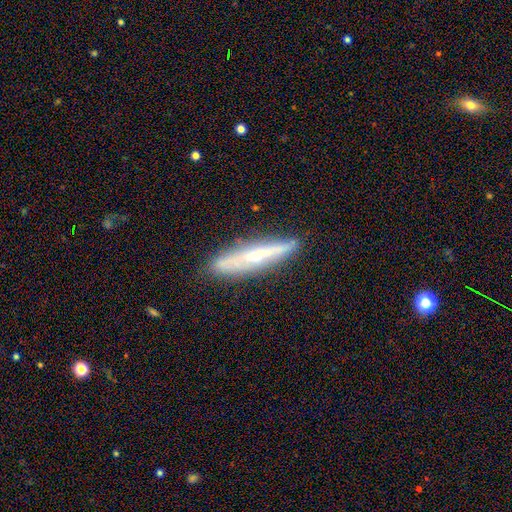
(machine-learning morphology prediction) Smooth or featured: featured or disk — 54% (smooth — 39%)
Edge-on disk: yes — 88% (no — 12%)
Merging: none — 83% (minor disturbance — 12%)